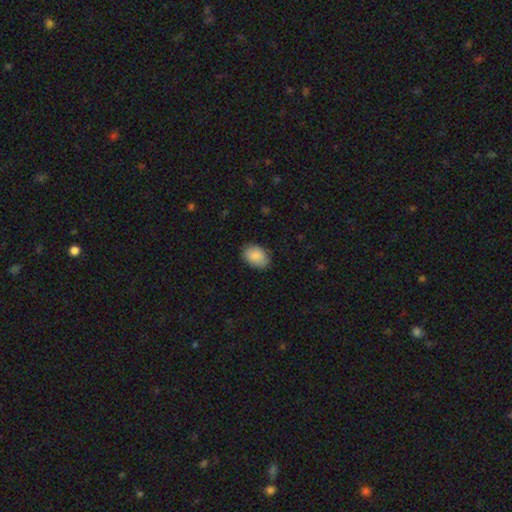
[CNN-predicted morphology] This appears to be a smooth galaxy with no disk features (87%) that is in between round and cigar-shaped (83%). Merging: none (83%).